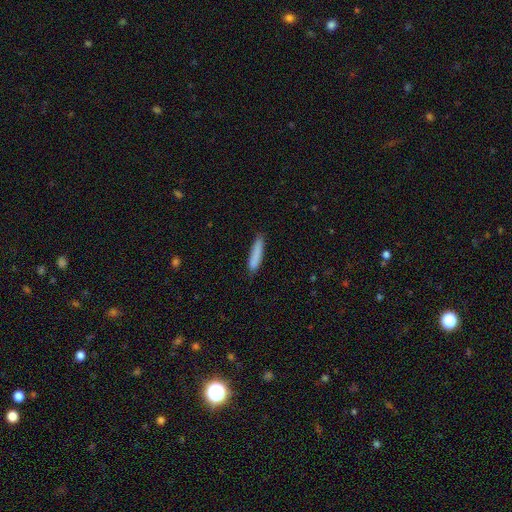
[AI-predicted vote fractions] Smooth or featured?
  - smooth: 85% *
  - featured or disk: 8%
  - star or artifact: 7%
How rounded?
  - cigar-shaped: 87% *
  - in between: 12%
  - round: 1%
Merging?
  - none: 82% *
  - minor disturbance: 14%
  - major disturbance: 3%
  - merger: 1%